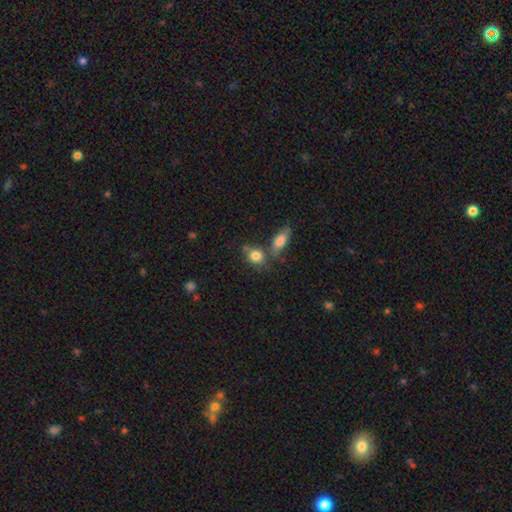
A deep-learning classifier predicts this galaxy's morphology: Overall: smooth (82%). How rounded: round (55%; in between 42%). Merging: none (53%; merger 27%).